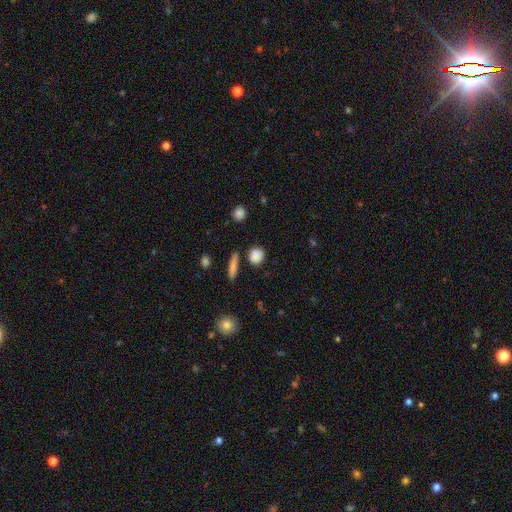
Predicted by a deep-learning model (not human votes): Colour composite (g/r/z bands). It shows a smooth galaxy with no disk features (84%) that is round (82%). Merging: none (82%).